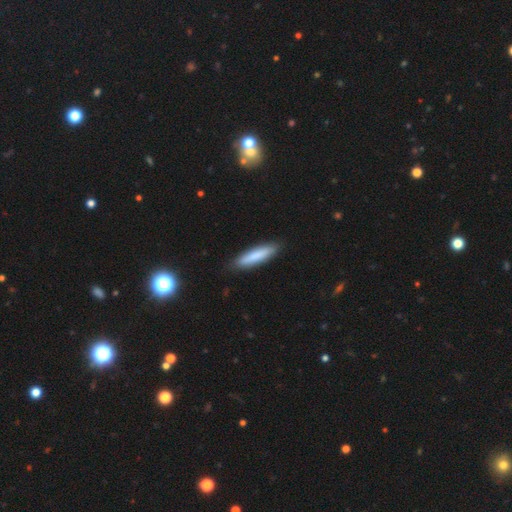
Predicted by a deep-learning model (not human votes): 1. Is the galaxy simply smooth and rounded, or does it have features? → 81% smooth, 14% featured or disk, 5% star or artifact.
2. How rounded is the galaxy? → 80% cigar-shaped, 19% in between, 1% round.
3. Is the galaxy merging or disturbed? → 87% none, 10% minor disturbance, 2% major disturbance, 1% merger.